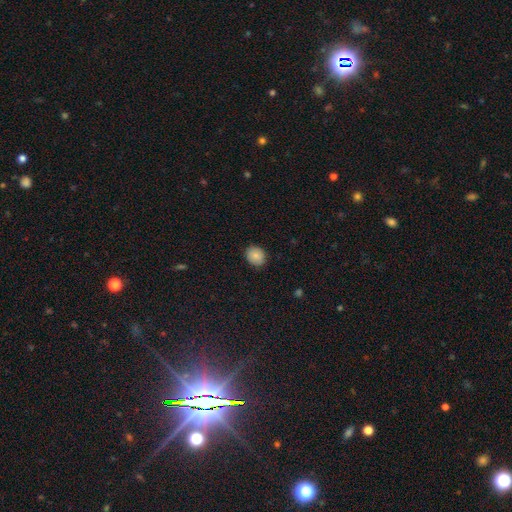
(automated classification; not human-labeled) Smooth or featured?
  - smooth: 85% *
  - star or artifact: 9%
  - featured or disk: 6%
How rounded?
  - round: 68% *
  - in between: 31%
  - cigar-shaped: 1%
Merging?
  - none: 87% *
  - minor disturbance: 10%
  - major disturbance: 2%
  - merger: 1%